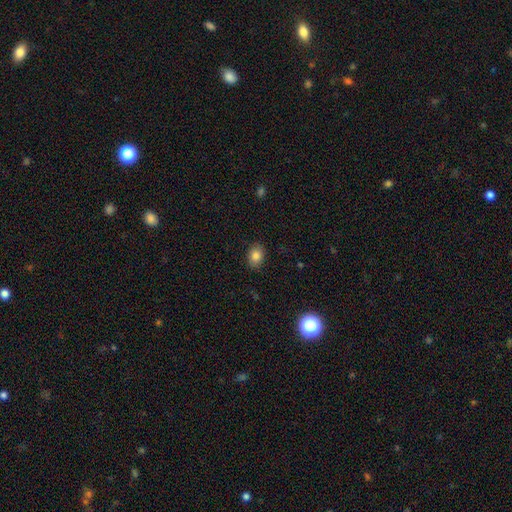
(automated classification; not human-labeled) smooth_or_featured: smooth (p=0.84) [alt: star or artifact p=0.10]
how_rounded: in between (p=0.69) [alt: round p=0.30]
merging: none (p=0.86) [alt: minor disturbance p=0.10]